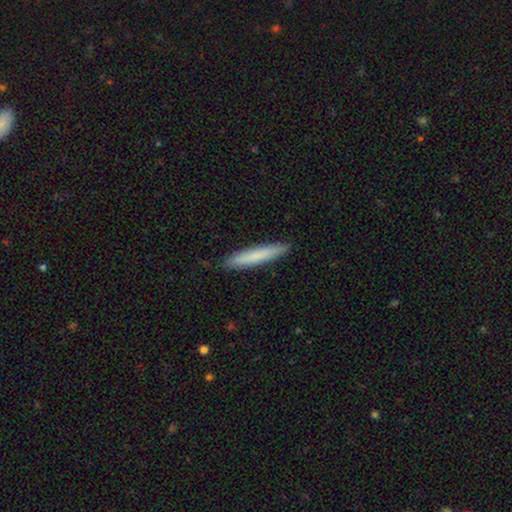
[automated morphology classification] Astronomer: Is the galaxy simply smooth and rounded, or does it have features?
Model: smooth — 79%.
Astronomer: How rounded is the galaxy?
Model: cigar-shaped — 94%.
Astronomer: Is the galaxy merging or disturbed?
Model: none — 91%.